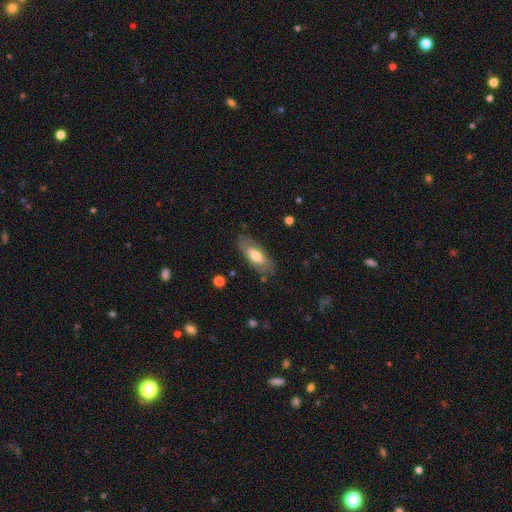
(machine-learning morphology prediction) type=smooth (56%); roundness=in between (79%); merging=none (80%).